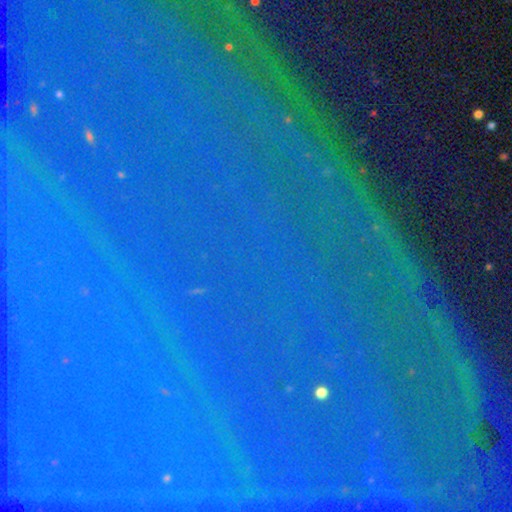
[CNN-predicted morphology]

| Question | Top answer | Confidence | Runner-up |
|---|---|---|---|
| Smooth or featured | star or artifact | 84% | smooth (8%) |